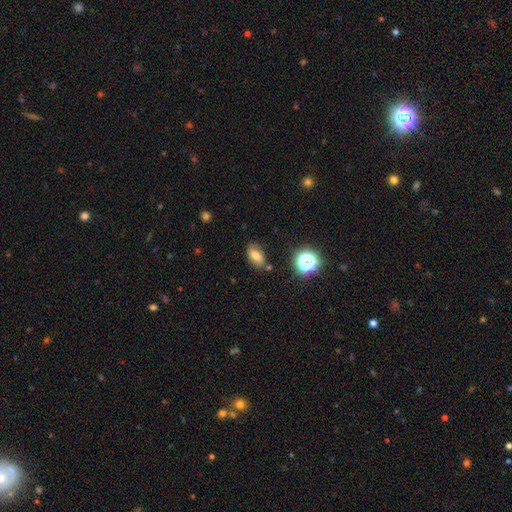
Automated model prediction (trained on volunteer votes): A smooth galaxy with no disk features (63%) that is in between round and cigar-shaped (83%).

Vote fractions:
- Smooth or featured? smooth: 63% / featured or disk: 22% / star or artifact: 15%
- How rounded? in between: 83% / round: 11% / cigar-shaped: 6%
- Merging? none: 74% / minor disturbance: 18% / major disturbance: 4% / merger: 4%